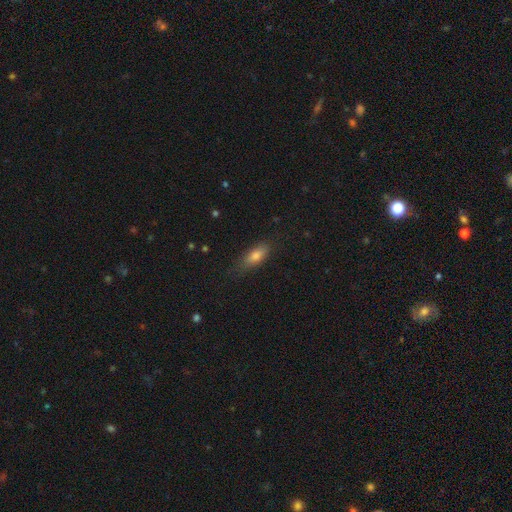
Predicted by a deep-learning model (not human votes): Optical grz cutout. It shows a smooth galaxy with no disk features (77%) that is in between round and cigar-shaped (69%). Merging: none (75%).